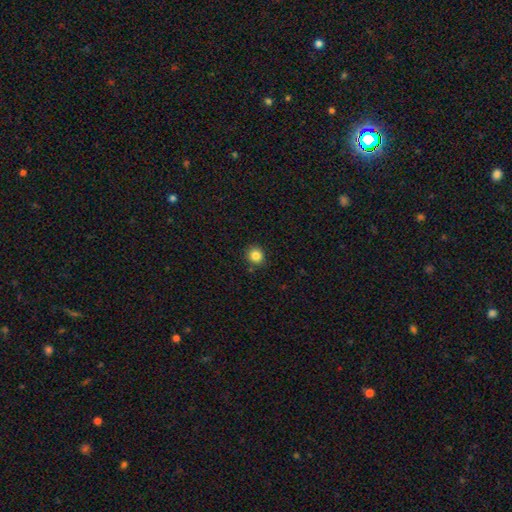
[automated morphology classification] Smooth or featured? Predicted: smooth (p=0.84). How rounded? Predicted: round (p=0.88). Merging? Predicted: none (p=0.88).